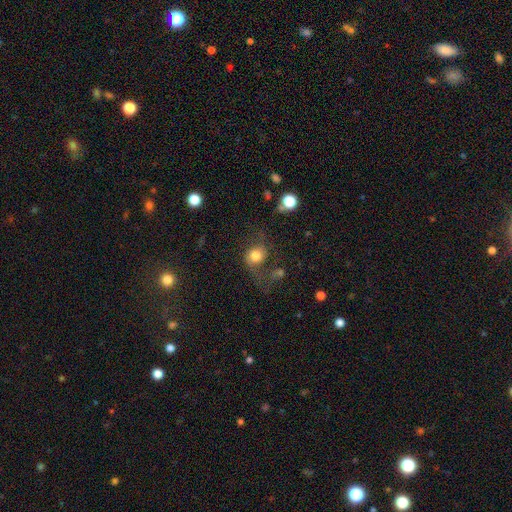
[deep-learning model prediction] Q: Smooth or featured?
A: smooth (62%); runner-up: featured or disk (27%)
Q: How rounded?
A: round (75%); runner-up: in between (23%)
Q: Merging?
A: none (46%); runner-up: major disturbance (28%)